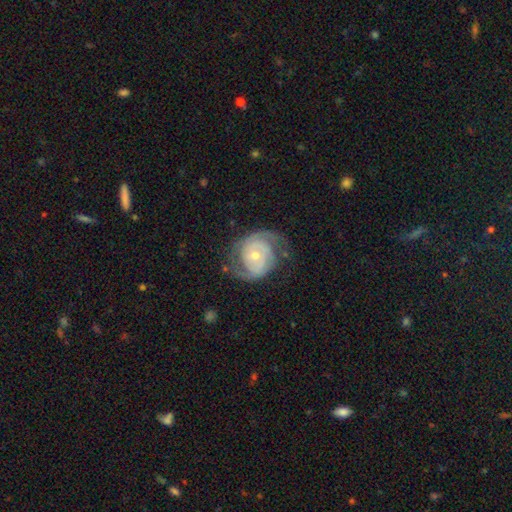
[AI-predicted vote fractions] smooth_or_featured: featured or disk (p=0.86) [alt: smooth p=0.09]
disk_edge_on: no (p=0.98) [alt: yes p=0.02]
bar: no (p=0.69) [alt: weak p=0.24]
has_spiral_arms: yes (p=0.95) [alt: no p=0.05]
spiral_winding: tight (p=0.46) [alt: medium p=0.40]
spiral_arm_count: 2 (p=0.83) [alt: can't tell p=0.08]
bulge_size: small (p=0.60) [alt: moderate p=0.36]
merging: none (p=0.69) [alt: minor disturbance p=0.18]